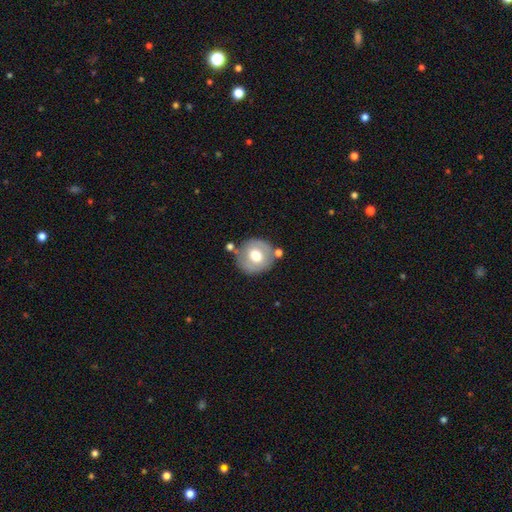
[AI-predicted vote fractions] Smooth or featured? Predicted: smooth (p=0.60). How rounded? Predicted: round (p=0.82). Merging? Predicted: none (p=0.73).